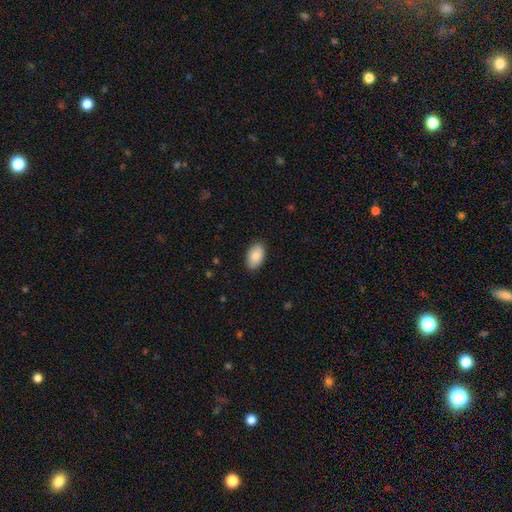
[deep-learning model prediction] Smooth or featured? Predicted: smooth (p=0.87). How rounded? Predicted: in between (p=0.94). Merging? Predicted: none (p=0.87).